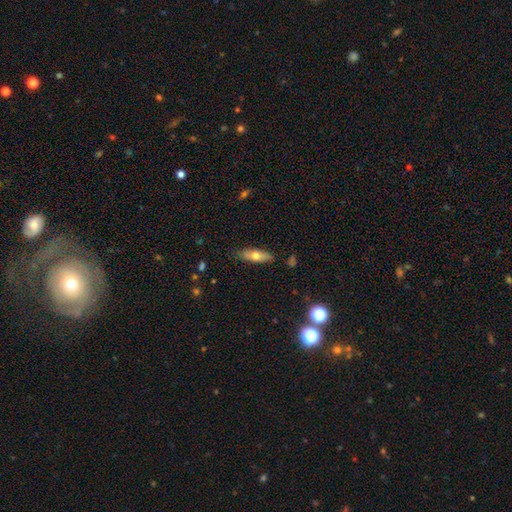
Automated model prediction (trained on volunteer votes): smooth 63%, featured or disk 30%, star or artifact 7%. Down the decision tree: how rounded — in between (52%); merging — none (82%).